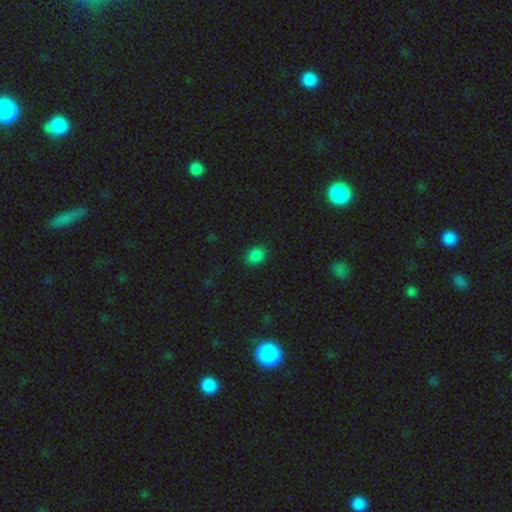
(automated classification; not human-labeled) Overall: smooth (84%). How rounded: in between (53%; round 46%). Merging: none (85%).